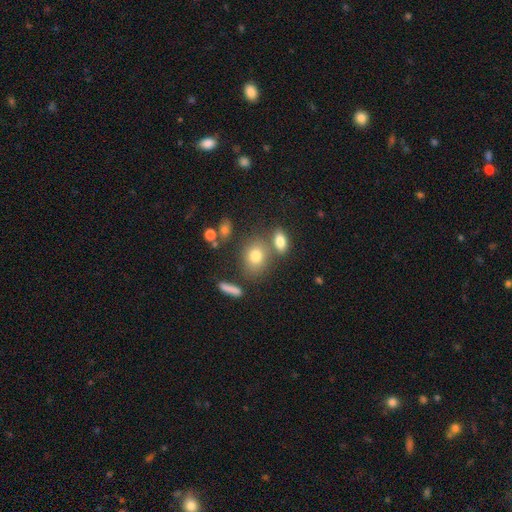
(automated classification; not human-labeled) Smooth or featured? Predicted: smooth (p=0.76). How rounded? Predicted: in between (p=0.51). Merging? Predicted: none (p=0.63).